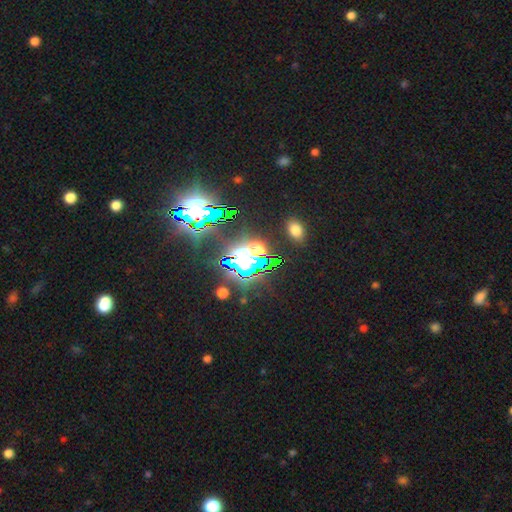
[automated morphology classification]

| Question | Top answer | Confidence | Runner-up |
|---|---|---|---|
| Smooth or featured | star or artifact | 69% | smooth (20%) |